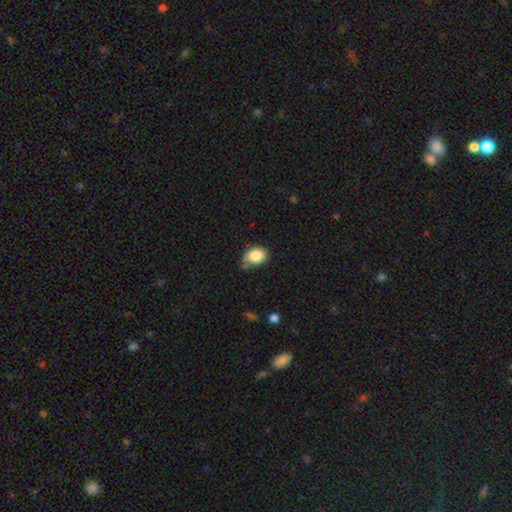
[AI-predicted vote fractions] Smooth or featured? smooth (82%)
How rounded? in between (63%)
Merging? none (54%)